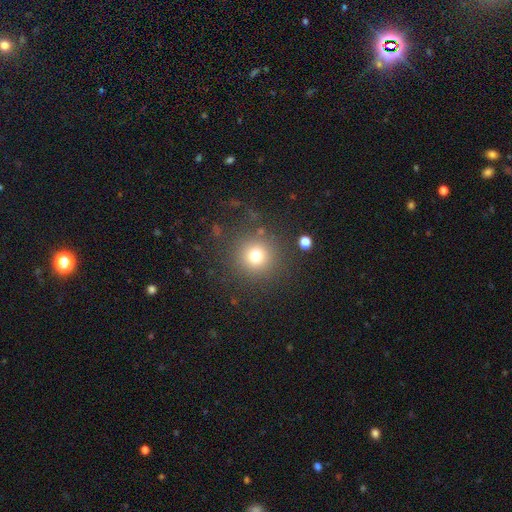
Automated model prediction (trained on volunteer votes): Q: Smooth or featured?
A: smooth (74%); runner-up: star or artifact (17%)
Q: How rounded?
A: round (94%); runner-up: in between (5%)
Q: Merging?
A: none (86%); runner-up: minor disturbance (7%)